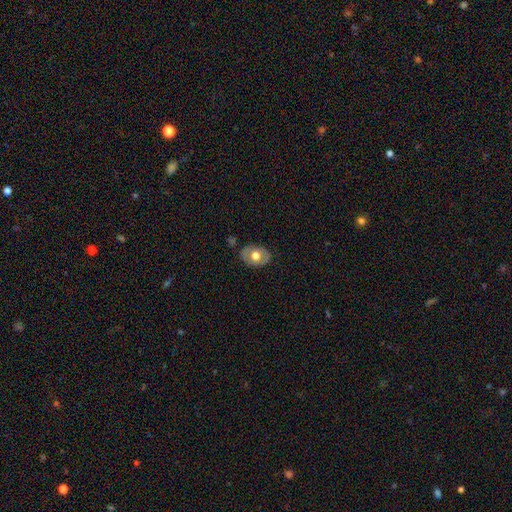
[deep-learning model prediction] smooth-or-featured: smooth: 51% | featured or disk: 43% | star or artifact: 6%
  how-rounded: in between: 71% | round: 28% | cigar-shaped: 1%
  merging: none: 81% | minor disturbance: 14% | major disturbance: 3% | merger: 1%